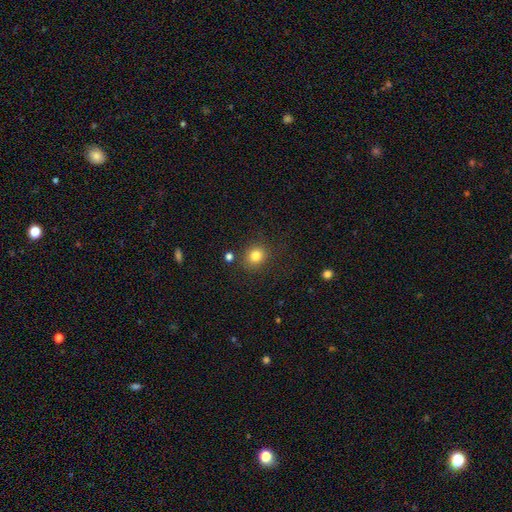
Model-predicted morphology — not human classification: Smooth or featured?
  - smooth: 82% *
  - star or artifact: 12%
  - featured or disk: 6%
How rounded?
  - round: 83% *
  - in between: 16%
  - cigar-shaped: 1%
Merging?
  - none: 84% *
  - minor disturbance: 9%
  - merger: 4%
  - major disturbance: 3%